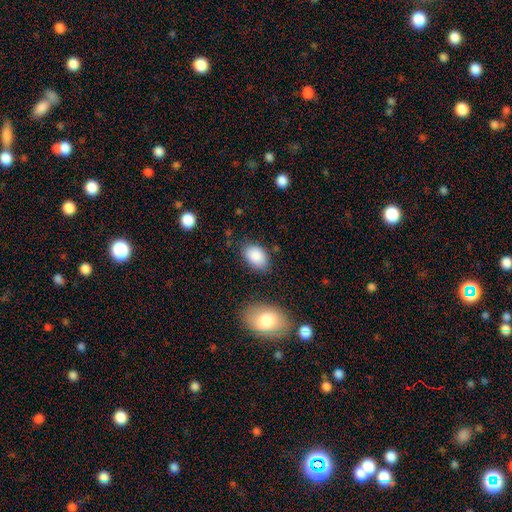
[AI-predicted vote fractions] smooth 88%, star or artifact 7%, featured or disk 5%. Down the decision tree: how rounded — in between (88%); merging — none (76%).